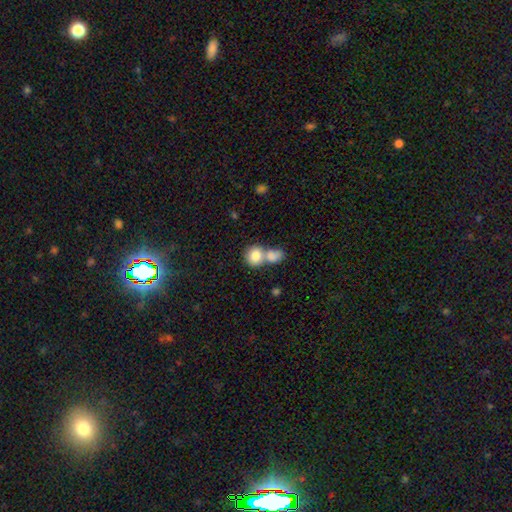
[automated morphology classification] Smooth or featured? smooth (83%)
How rounded? round (75%)
Merging? merger (59%)